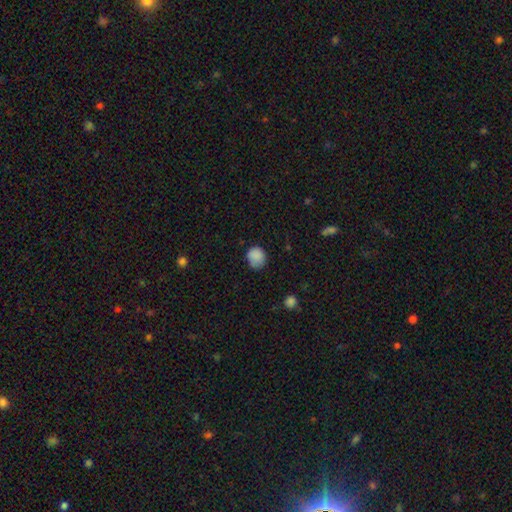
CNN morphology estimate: Q: Smooth or featured?
A: smooth (86%); runner-up: star or artifact (9%)
Q: How rounded?
A: round (74%); runner-up: in between (25%)
Q: Merging?
A: none (66%); runner-up: minor disturbance (26%)